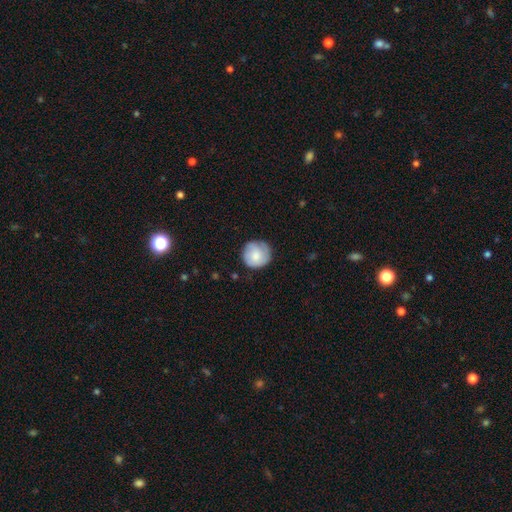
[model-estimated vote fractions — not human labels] Smooth or featured? smooth (68%)
How rounded? round (92%)
Merging? none (73%)